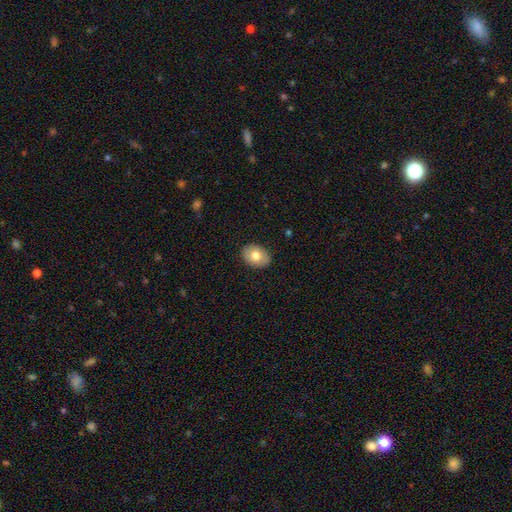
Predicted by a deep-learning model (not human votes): A smooth galaxy with no disk features (73%) that is in between round and cigar-shaped (70%).

Vote fractions:
- Smooth or featured? smooth: 73% / featured or disk: 20% / star or artifact: 7%
- How rounded? in between: 70% / round: 29% / cigar-shaped: 1%
- Merging? none: 87% / minor disturbance: 10% / major disturbance: 2% / merger: 1%